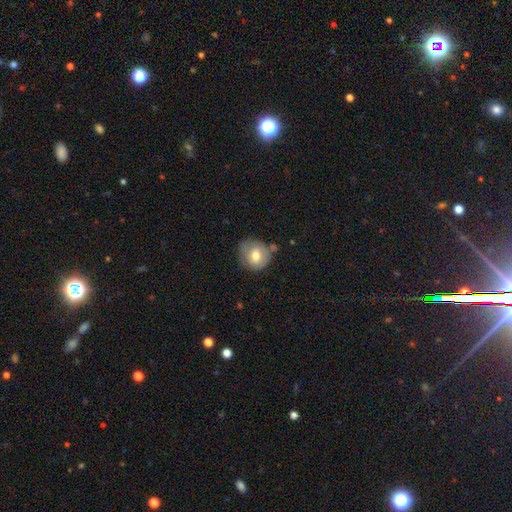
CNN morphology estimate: This appears to be a smooth galaxy with no disk features (71%) that is round (84%). Merging: none (64%).